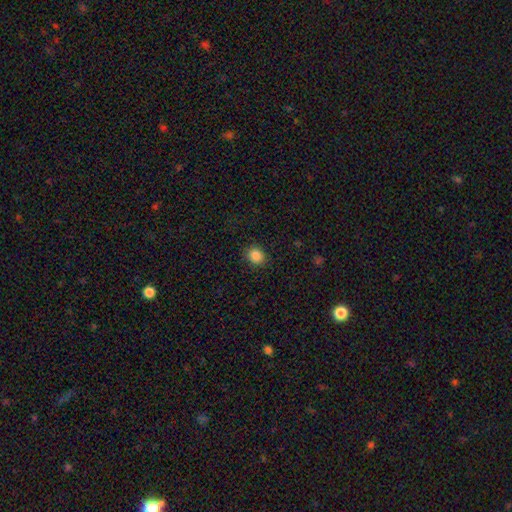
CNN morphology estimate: A smooth galaxy with no disk features (86%) that is round (69%).

Vote fractions:
- Smooth or featured? smooth: 86% / star or artifact: 10% / featured or disk: 4%
- How rounded? round: 69% / in between: 30% / cigar-shaped: 1%
- Merging? none: 88% / minor disturbance: 9% / major disturbance: 3% / merger: 1%